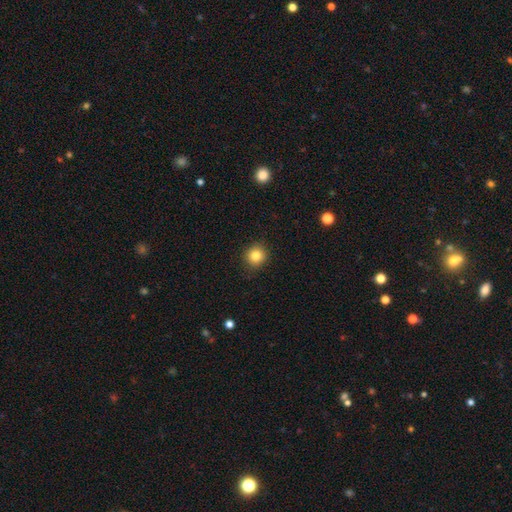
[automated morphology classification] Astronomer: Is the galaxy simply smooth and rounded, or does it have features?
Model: smooth — 83%.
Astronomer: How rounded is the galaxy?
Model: round — 89%.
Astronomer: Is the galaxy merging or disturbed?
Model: none — 90%.